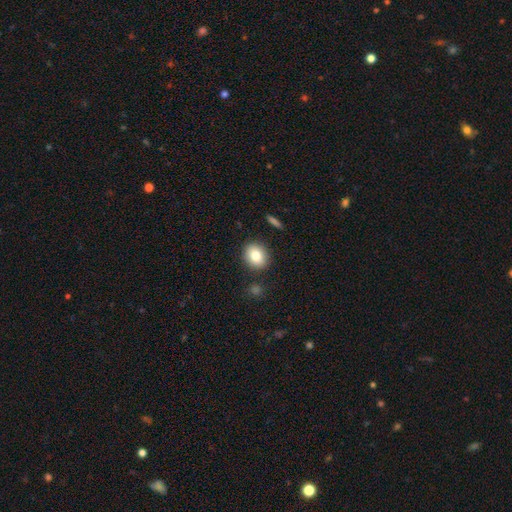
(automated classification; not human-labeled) A smooth galaxy with no disk features (82%) that is round (61%). Merging: none (87%).